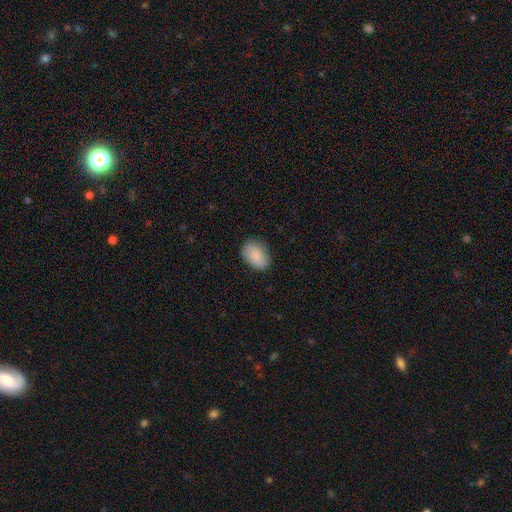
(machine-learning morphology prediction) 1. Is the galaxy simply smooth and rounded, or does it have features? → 85% smooth, 8% featured or disk, 6% star or artifact.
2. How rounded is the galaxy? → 81% in between, 17% round, 1% cigar-shaped.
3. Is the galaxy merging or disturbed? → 83% none, 13% minor disturbance, 3% major disturbance, 1% merger.